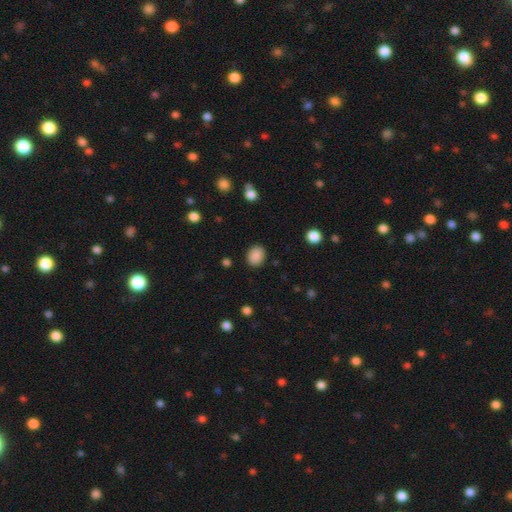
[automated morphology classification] This appears to be a smooth galaxy with no disk features (88%) that is round (54%). Merging: none (88%).